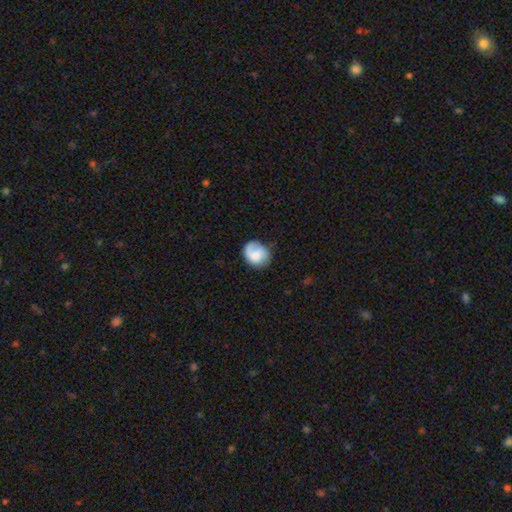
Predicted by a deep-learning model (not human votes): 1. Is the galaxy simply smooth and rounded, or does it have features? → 59% smooth, 33% featured or disk, 7% star or artifact.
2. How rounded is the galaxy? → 59% round, 40% in between, 1% cigar-shaped.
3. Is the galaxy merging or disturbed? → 61% none, 25% minor disturbance, 12% major disturbance, 2% merger.